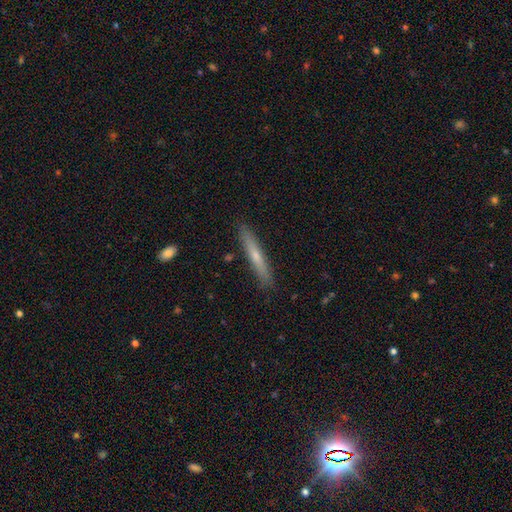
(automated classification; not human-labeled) The model was most divided on "smooth or featured": smooth: 49%, featured or disk: 45%, star or artifact: 6%. More confident: merging — none (90%).